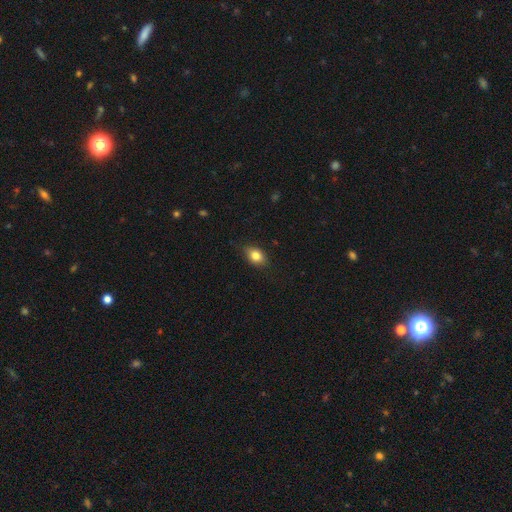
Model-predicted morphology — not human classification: The model was most divided on "how rounded": in between: 74%, round: 24%, cigar-shaped: 2%. More confident: smooth or featured — smooth (82%); merging — none (82%).